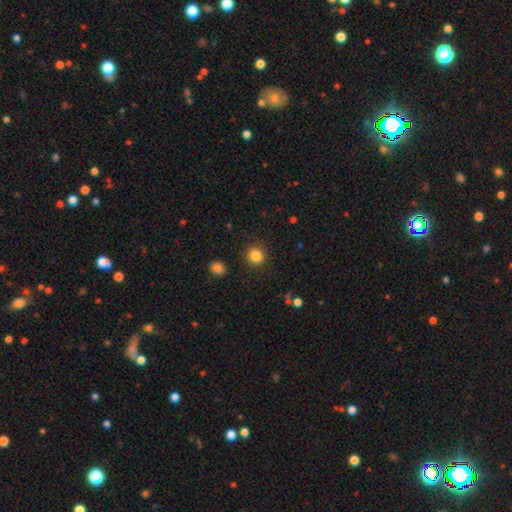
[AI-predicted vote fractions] smooth-or-featured: smooth: 85% | star or artifact: 11% | featured or disk: 4%
  how-rounded: round: 90% | in between: 9% | cigar-shaped: 1%
  merging: none: 90% | minor disturbance: 6% | major disturbance: 3% | merger: 1%